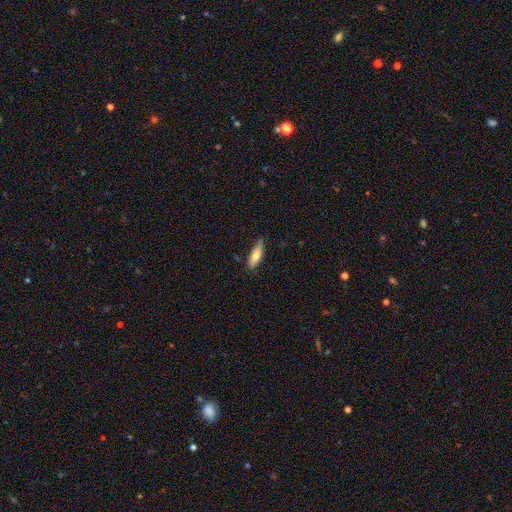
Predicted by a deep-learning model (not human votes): Smooth or featured?
  - smooth: 70% *
  - featured or disk: 24%
  - star or artifact: 6%
How rounded?
  - cigar-shaped: 56% *
  - in between: 42%
  - round: 2%
Merging?
  - none: 81% *
  - minor disturbance: 16%
  - major disturbance: 2%
  - merger: 1%